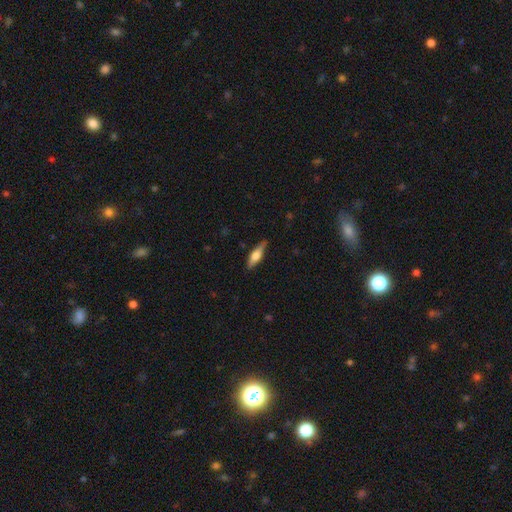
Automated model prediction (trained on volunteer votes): Smooth or featured? featured or disk (50%)
Merging? none (84%)